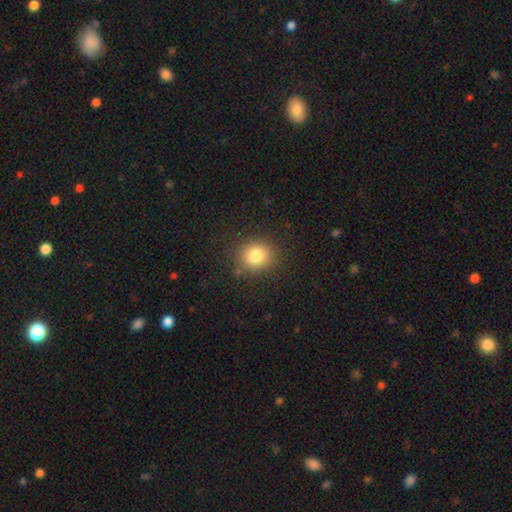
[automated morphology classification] smooth-or-featured: smooth: 81% | star or artifact: 12% | featured or disk: 8%
  how-rounded: round: 80% | in between: 19% | cigar-shaped: 1%
  merging: none: 86% | minor disturbance: 9% | major disturbance: 3% | merger: 2%